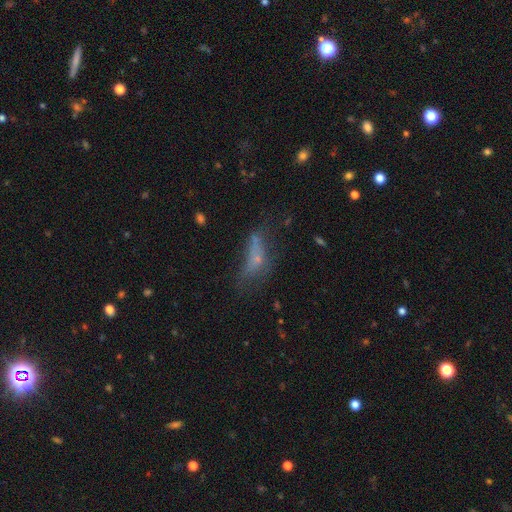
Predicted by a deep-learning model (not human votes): smooth 45%, featured or disk 33%, star or artifact 21%. Down the decision tree: merging — major disturbance (34%).